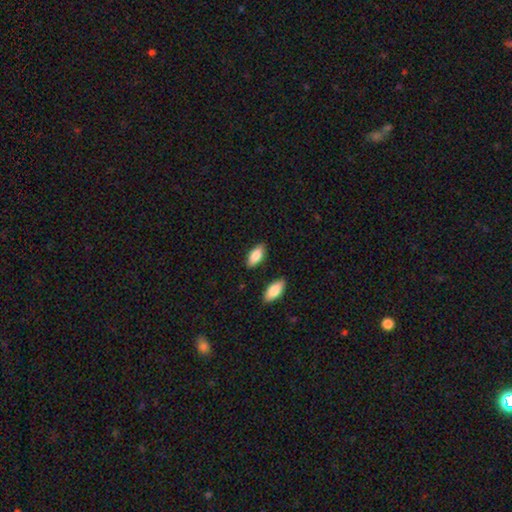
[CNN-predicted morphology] This is clearly a smooth galaxy (85%). How rounded: clearly in between (87%). Merging: clearly none (84%).